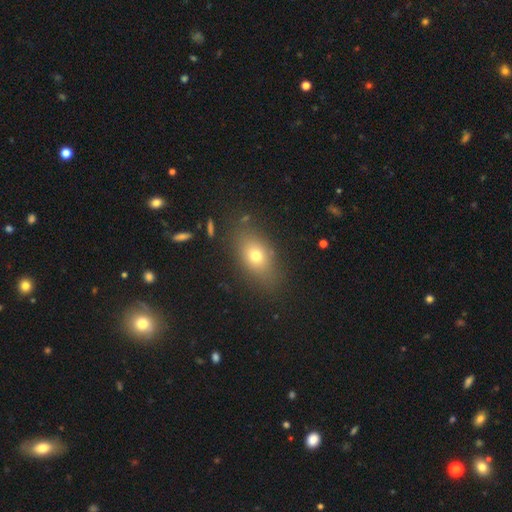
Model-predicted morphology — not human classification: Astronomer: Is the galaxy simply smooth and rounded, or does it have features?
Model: smooth — 70%.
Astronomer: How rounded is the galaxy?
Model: in between — 77%.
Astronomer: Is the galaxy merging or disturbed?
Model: none — 81%.